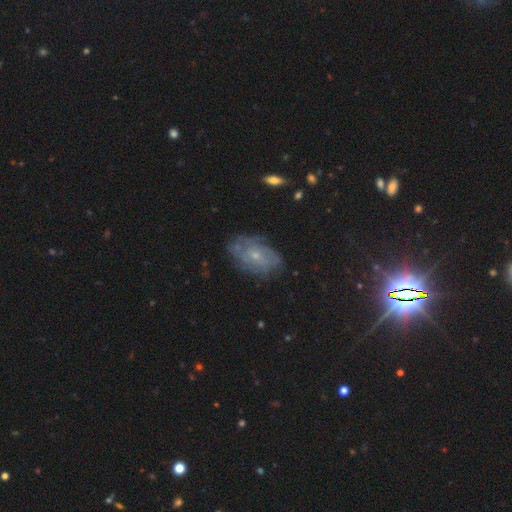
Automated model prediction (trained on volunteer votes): Smooth or featured?
  - featured or disk: 59% *
  - smooth: 28%
  - star or artifact: 13%
Edge-on disk?
  - no: 94% *
  - yes: 6%
Bar?
  - no: 80% *
  - weak: 17%
  - strong: 3%
Spiral arms?
  - yes: 69% *
  - no: 31%
Bulge size?
  - small: 76% *
  - moderate: 19%
  - none: 2%
  - large: 1%
  - dominant: 1%
Merging?
  - none: 68% *
  - minor disturbance: 22%
  - major disturbance: 8%
  - merger: 2%